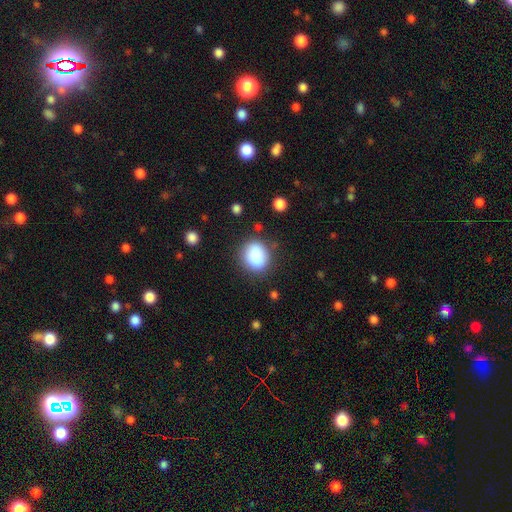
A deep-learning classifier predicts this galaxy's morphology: A smooth galaxy with no disk features (86%) that is round (69%).

Vote fractions:
- Smooth or featured? smooth: 86% / star or artifact: 8% / featured or disk: 6%
- How rounded? round: 69% / in between: 30% / cigar-shaped: 1%
- Merging? none: 80% / minor disturbance: 13% / major disturbance: 5% / merger: 3%